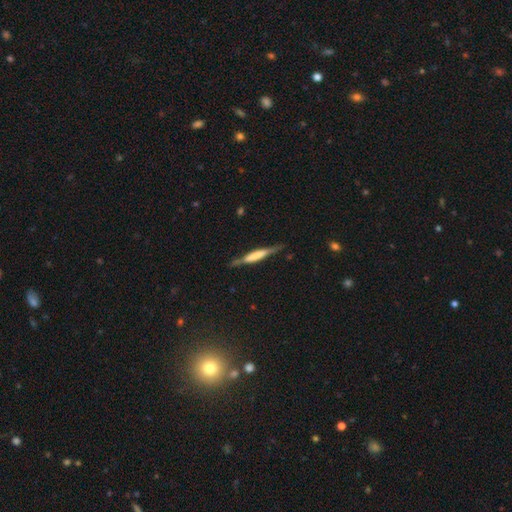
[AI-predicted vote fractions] Smooth or featured? featured or disk (56%)
Edge-on disk? yes (95%)
Edge-on bulge? boxy (56%)
Merging? none (78%)